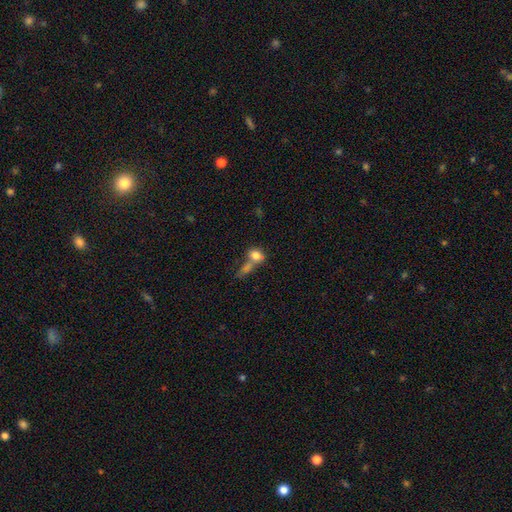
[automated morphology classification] smooth 78%, featured or disk 12%, star or artifact 10%. Down the decision tree: how rounded — in between (51%); merging — merger (55%).